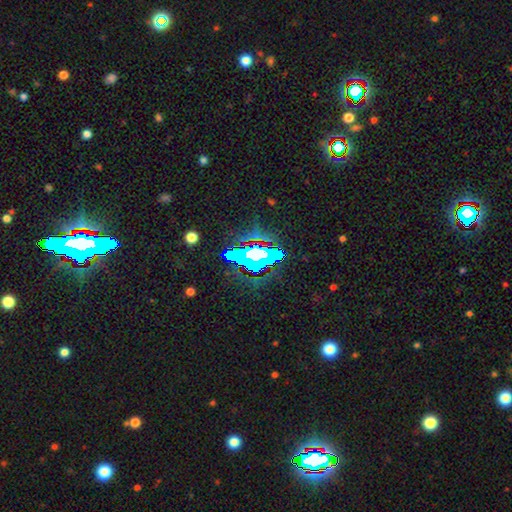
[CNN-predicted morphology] Smooth or featured: star or artifact — 58% (smooth — 22%)